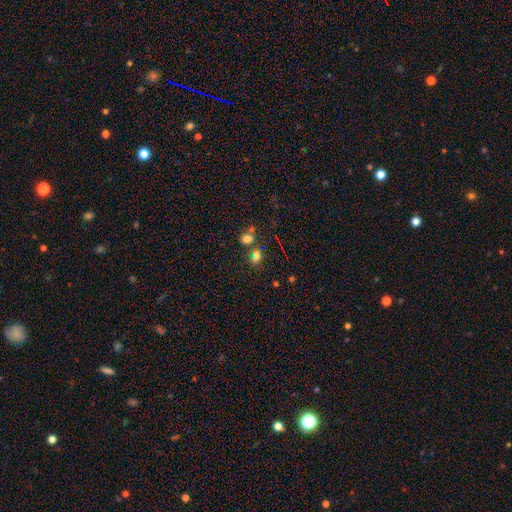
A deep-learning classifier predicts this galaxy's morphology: The model was most divided on "how rounded": in between: 52%, round: 46%, cigar-shaped: 2%. More confident: smooth or featured — smooth (71%); merging — none (53%).